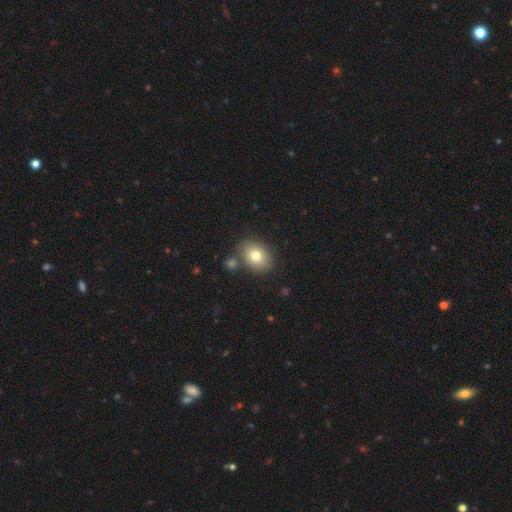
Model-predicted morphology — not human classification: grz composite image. It shows a smooth galaxy with no disk features (77%) that is in between round and cigar-shaped (61%). Merging: none (74%).